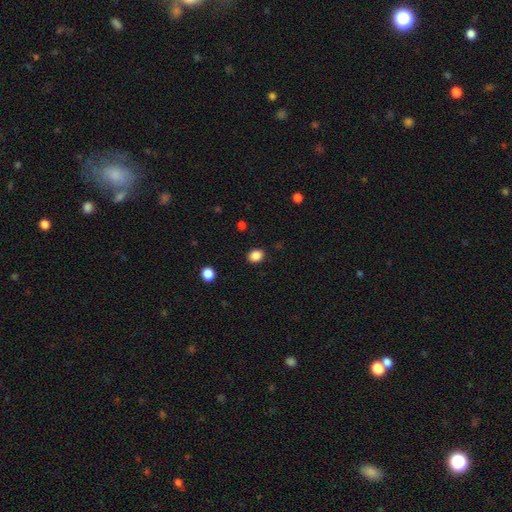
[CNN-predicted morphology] Overall: smooth (87%). How rounded: in between (50%; round 49%). Merging: none (88%).